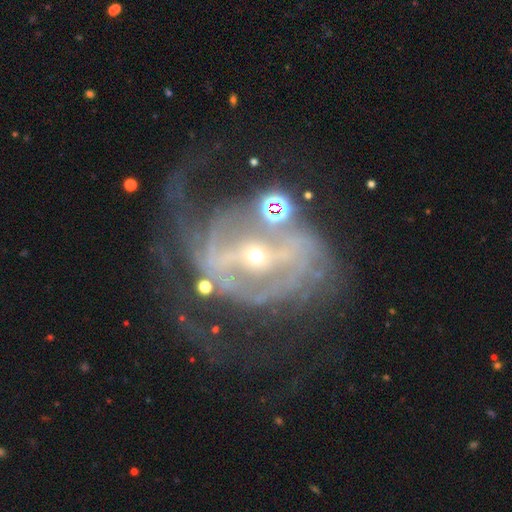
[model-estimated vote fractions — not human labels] Smooth or featured? Predicted: featured or disk (p=0.87). Edge-on disk? Predicted: no (p=0.96). Bar? Predicted: strong (p=0.60). Spiral arms? Predicted: yes (p=0.87). Spiral winding? Predicted: medium (p=0.43). Spiral arm count? Predicted: 2 (p=0.51). Bulge size? Predicted: small (p=0.79). Merging? Predicted: none (p=0.38, tied with major disturbance).